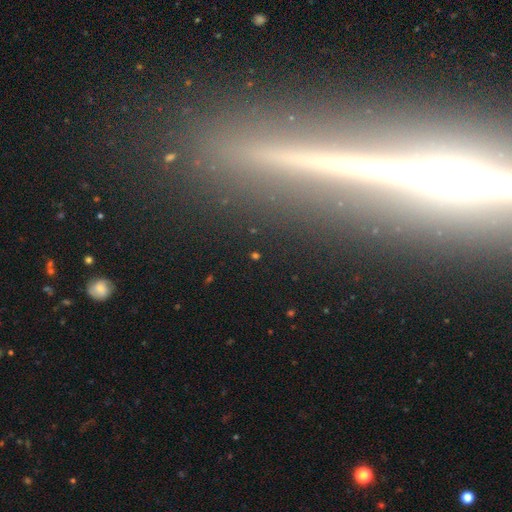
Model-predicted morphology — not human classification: smooth-or-featured: star or artifact: 56% | smooth: 28% | featured or disk: 16%